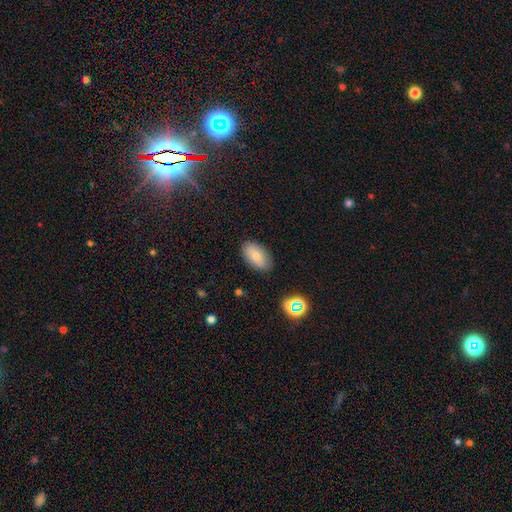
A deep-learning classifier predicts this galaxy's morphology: This is likely a smooth galaxy (75%). How rounded: clearly in between (92%). Merging: clearly none (84%).